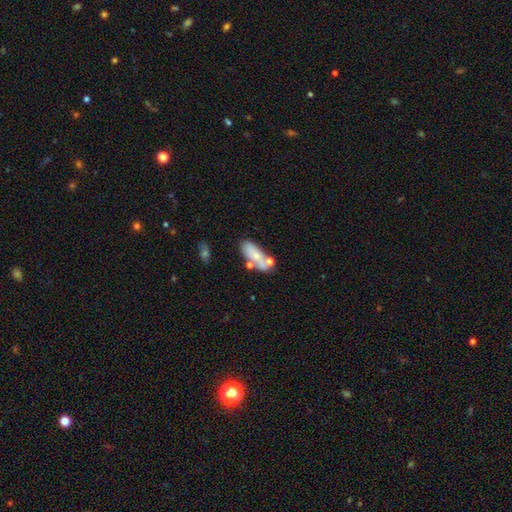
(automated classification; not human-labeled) Smooth or featured? smooth (63%)
How rounded? in between (76%)
Merging? none (47%)